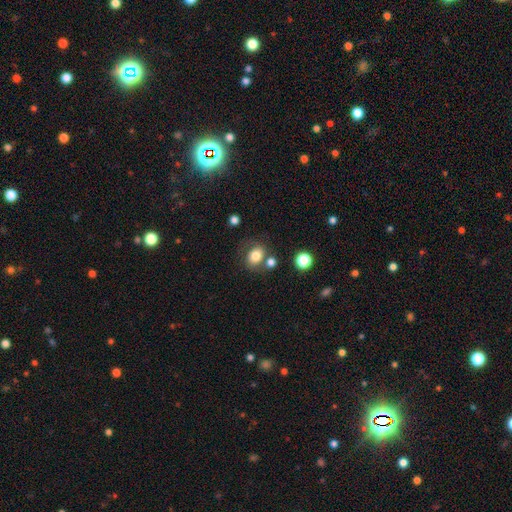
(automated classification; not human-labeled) Smooth or featured? Predicted: smooth (p=0.77). How rounded? Predicted: round (p=0.56). Merging? Predicted: none (p=0.60).